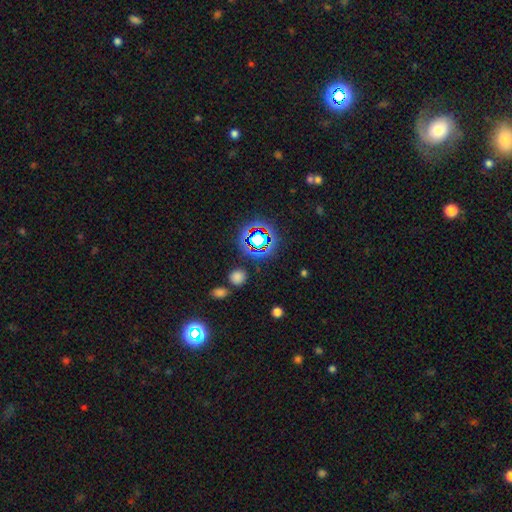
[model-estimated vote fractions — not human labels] Smooth or featured? star or artifact (71%)